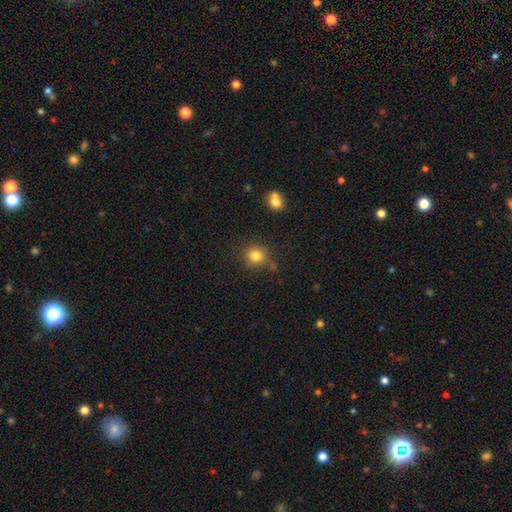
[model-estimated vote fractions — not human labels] Morphology: type=smooth (82%); roundness=round (88%); merging=none (77%).